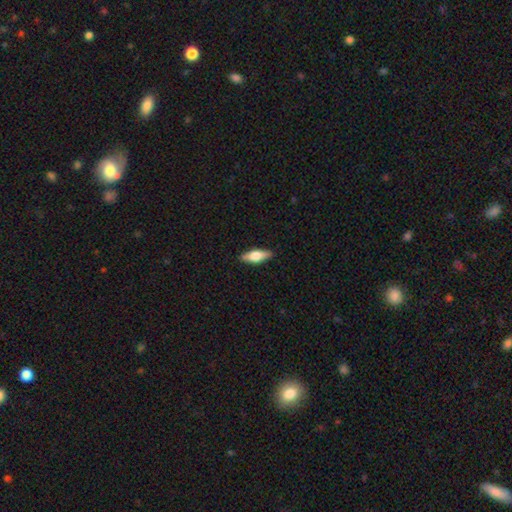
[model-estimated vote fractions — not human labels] smooth 49%, featured or disk 45%, star or artifact 6%. Down the decision tree: merging — none (89%).